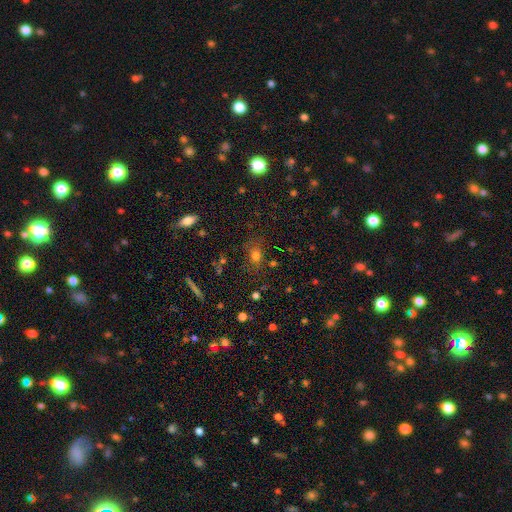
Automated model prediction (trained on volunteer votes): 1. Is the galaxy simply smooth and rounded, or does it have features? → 71% smooth, 19% star or artifact, 10% featured or disk.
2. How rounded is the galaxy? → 56% in between, 40% round, 3% cigar-shaped.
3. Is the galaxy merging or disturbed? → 72% none, 17% minor disturbance, 7% major disturbance, 4% merger.